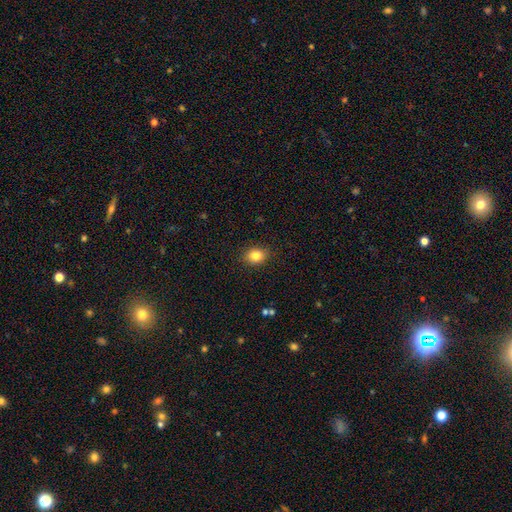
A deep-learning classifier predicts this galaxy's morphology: Overall: smooth (83%). How rounded: in between (52%; round 47%). Merging: none (88%).